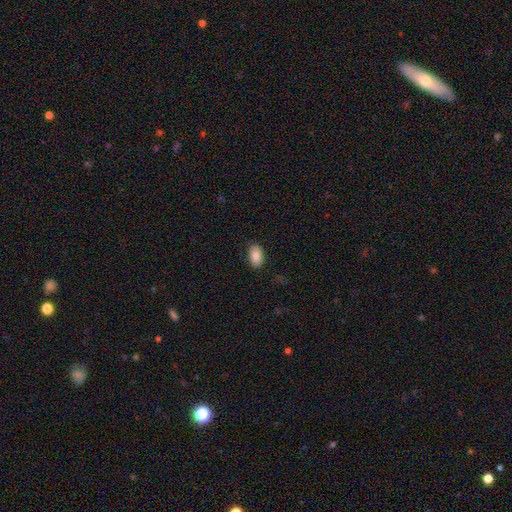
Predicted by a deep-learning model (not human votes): A smooth galaxy with no disk features (81%) that is in between round and cigar-shaped (91%).

Vote fractions:
- Smooth or featured? smooth: 81% / featured or disk: 12% / star or artifact: 7%
- How rounded? in between: 91% / round: 7% / cigar-shaped: 2%
- Merging? none: 87% / minor disturbance: 10% / major disturbance: 2% / merger: 1%